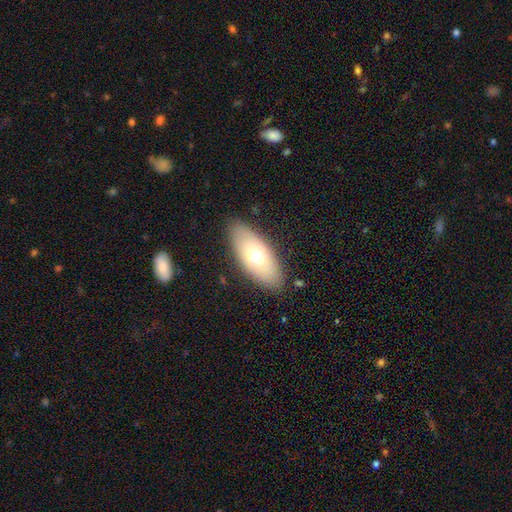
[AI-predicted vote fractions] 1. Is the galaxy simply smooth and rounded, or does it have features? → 65% smooth, 28% featured or disk, 7% star or artifact.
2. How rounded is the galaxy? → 87% in between, 10% cigar-shaped, 3% round.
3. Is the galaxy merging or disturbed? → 85% none, 11% minor disturbance, 3% major disturbance, 1% merger.